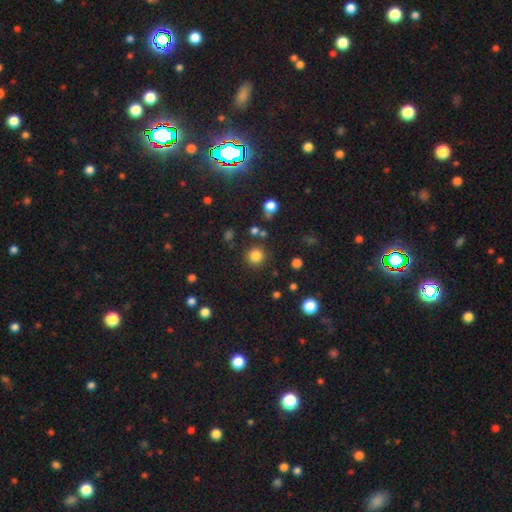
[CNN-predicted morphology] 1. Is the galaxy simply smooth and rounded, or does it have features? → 82% smooth, 13% star or artifact, 5% featured or disk.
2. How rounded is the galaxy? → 93% round, 6% in between, 1% cigar-shaped.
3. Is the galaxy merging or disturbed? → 85% none, 7% minor disturbance, 4% merger, 3% major disturbance.